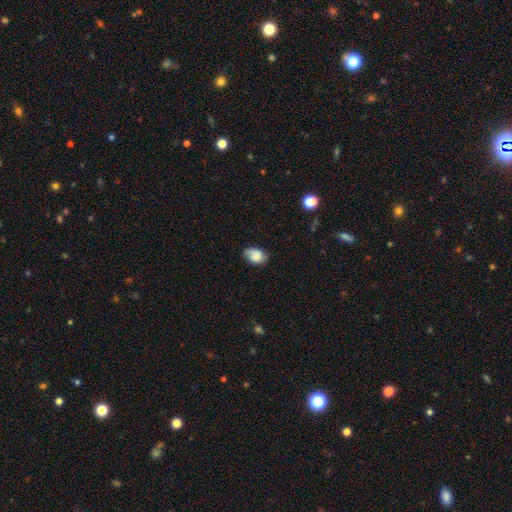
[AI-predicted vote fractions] smooth 76%, featured or disk 15%, star or artifact 9%. Down the decision tree: how rounded — in between (75%); merging — none (61%).